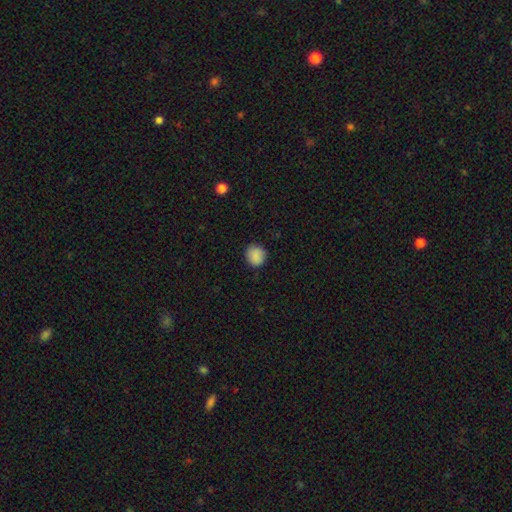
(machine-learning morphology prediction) type=smooth (88%); roundness=round (86%); merging=none (87%).